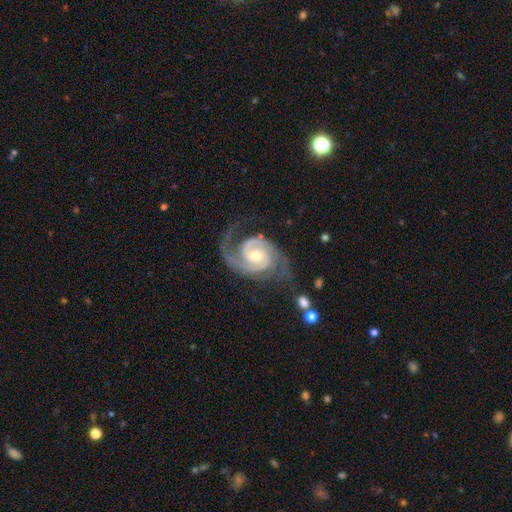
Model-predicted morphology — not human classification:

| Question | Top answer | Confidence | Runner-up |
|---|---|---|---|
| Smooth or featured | featured or disk | 93% | star or artifact (4%) |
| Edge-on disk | no | 98% | yes (2%) |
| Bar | no | 56% | weak (34%) |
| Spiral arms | yes | 99% | no (1%) |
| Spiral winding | tight | 46% | medium (45%) |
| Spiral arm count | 2 | 85% | 3 (7%) |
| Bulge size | moderate | 55% | small (41%) |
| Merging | none | 68% | minor disturbance (18%) |